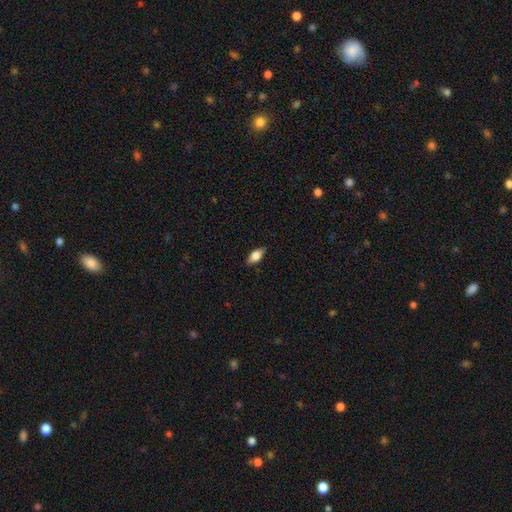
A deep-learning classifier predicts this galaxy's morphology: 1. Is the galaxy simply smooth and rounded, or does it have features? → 70% smooth, 22% featured or disk, 8% star or artifact.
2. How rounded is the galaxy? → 84% in between, 12% cigar-shaped, 4% round.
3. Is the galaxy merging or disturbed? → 85% none, 12% minor disturbance, 2% major disturbance, 1% merger.